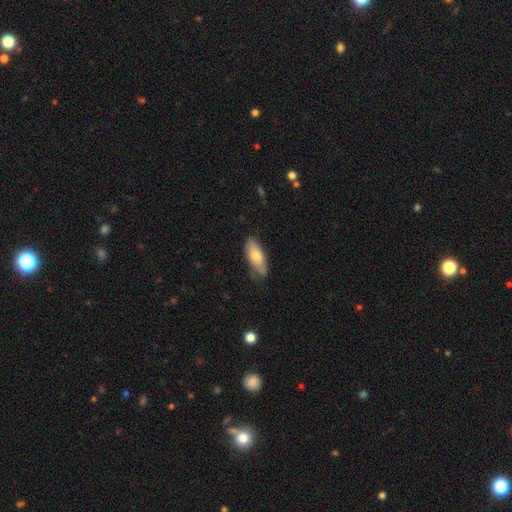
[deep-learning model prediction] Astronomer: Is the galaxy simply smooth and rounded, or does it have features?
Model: smooth — 69%.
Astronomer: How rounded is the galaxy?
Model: in between — 81%.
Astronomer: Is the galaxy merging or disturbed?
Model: none — 67%.